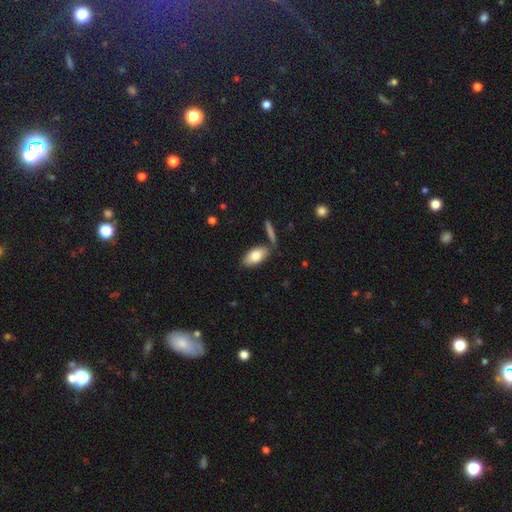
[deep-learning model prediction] Smooth or featured? smooth (79%)
How rounded? in between (90%)
Merging? none (75%)